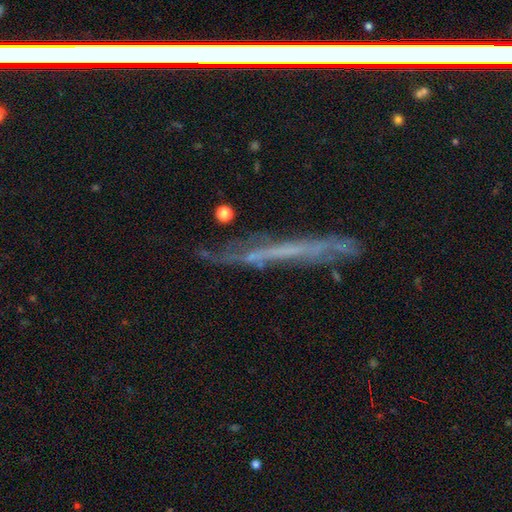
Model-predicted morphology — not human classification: This appears to be a featured or disk galaxy (58%) viewed edge-on (75%). Merging: none (60%).